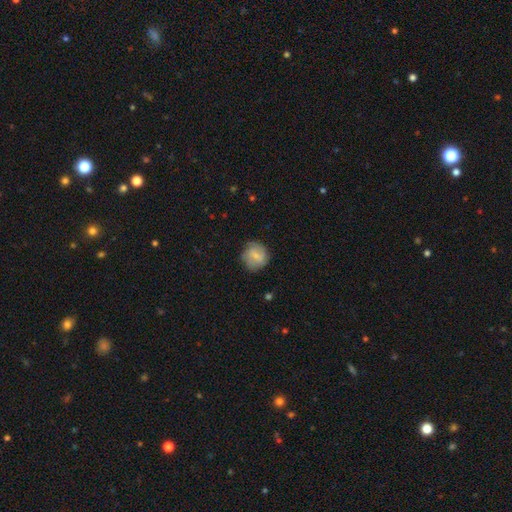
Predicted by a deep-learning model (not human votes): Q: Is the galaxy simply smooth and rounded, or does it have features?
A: smooth — 61%.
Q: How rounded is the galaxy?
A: round — 85%.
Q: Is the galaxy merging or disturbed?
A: none — 73%.